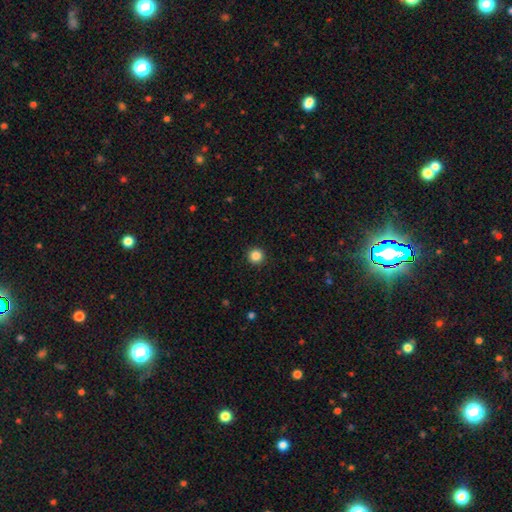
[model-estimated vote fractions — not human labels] Smooth or featured: smooth — 86% (star or artifact — 11%)
How rounded: round — 96% (in between — 3%)
Merging: none — 93% (minor disturbance — 4%)